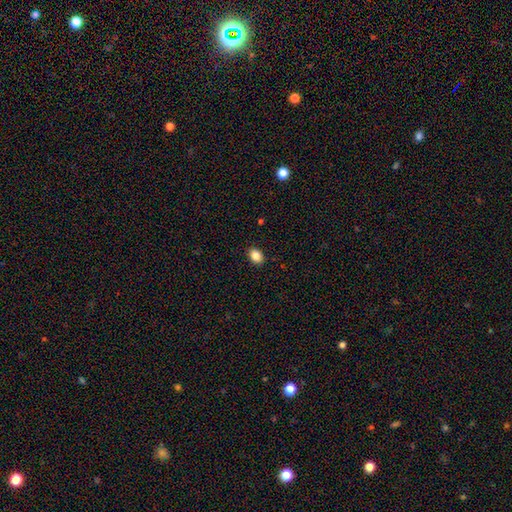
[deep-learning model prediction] A smooth galaxy with no disk features (86%) that is in between round and cigar-shaped (72%). Merging: none (90%).